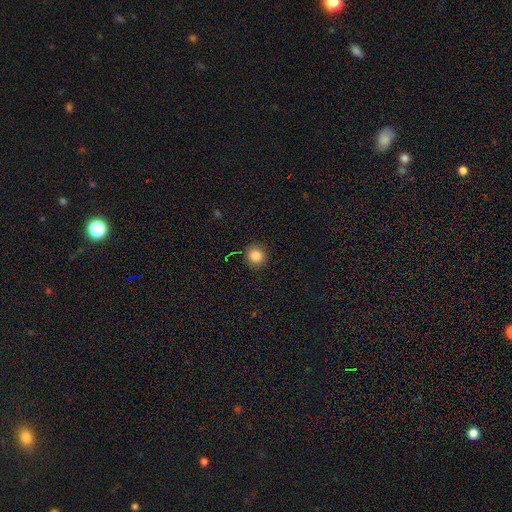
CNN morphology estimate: Smooth or featured? smooth (84%)
How rounded? round (89%)
Merging? none (88%)